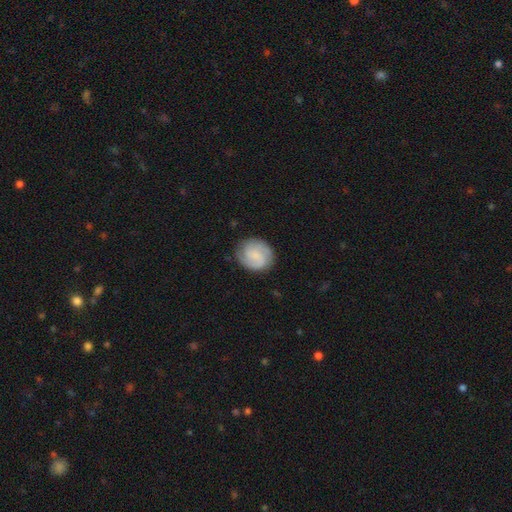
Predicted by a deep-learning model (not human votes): Overall: featured or disk (57%; smooth 36%). Edge-on disk: no (98%). Bar: no (53%; weak 40%). Spiral arms: yes (94%). Spiral arm count: 2 (66%). Spiral winding: tight (48%; medium 40%). Bulge size: none (43%; small 38%). Merging: none (83%).